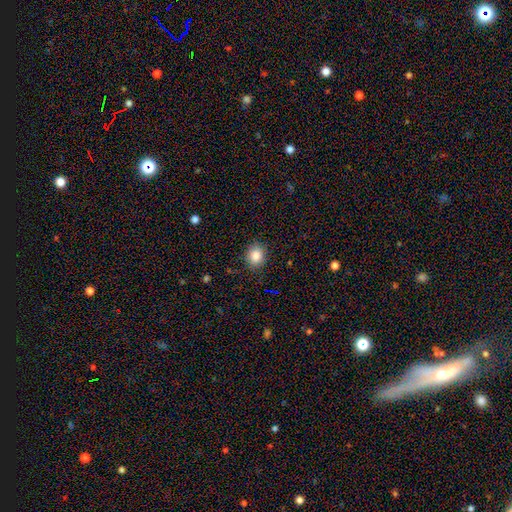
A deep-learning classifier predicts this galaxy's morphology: smooth 86%, star or artifact 9%, featured or disk 5%. Down the decision tree: how rounded — round (64%); merging — none (86%).